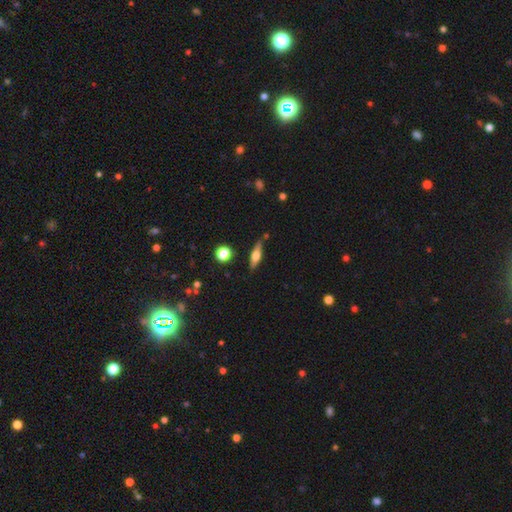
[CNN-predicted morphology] A featured or disk galaxy (53%) viewed edge-on (93%). Merging: none (81%).